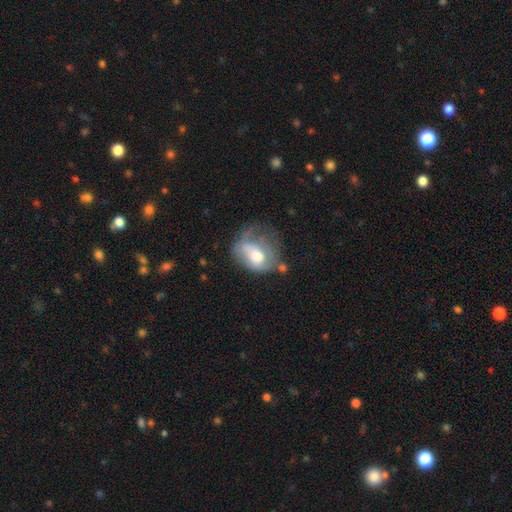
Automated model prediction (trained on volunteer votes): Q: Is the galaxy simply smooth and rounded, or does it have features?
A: smooth — 47%.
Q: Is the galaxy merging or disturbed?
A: major disturbance — 38%.